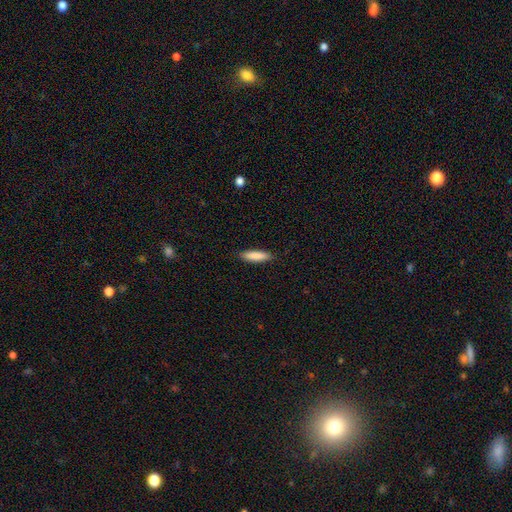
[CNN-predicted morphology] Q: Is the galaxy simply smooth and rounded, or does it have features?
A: smooth — 87%.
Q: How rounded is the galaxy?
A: cigar-shaped — 70%.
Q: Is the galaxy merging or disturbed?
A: none — 88%.